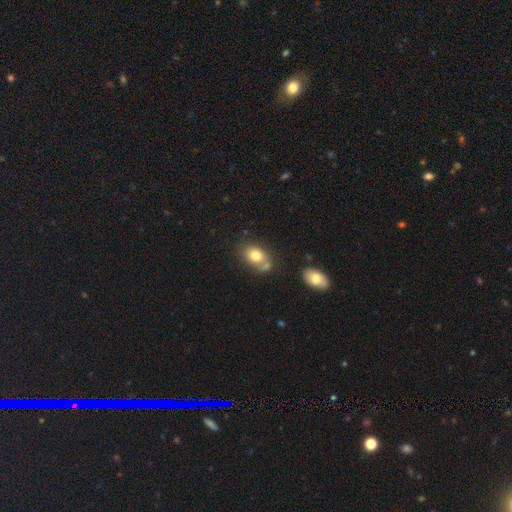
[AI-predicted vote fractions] This is likely a smooth galaxy (77%). How rounded: likely in between (74%). Merging: possibly none (53%).